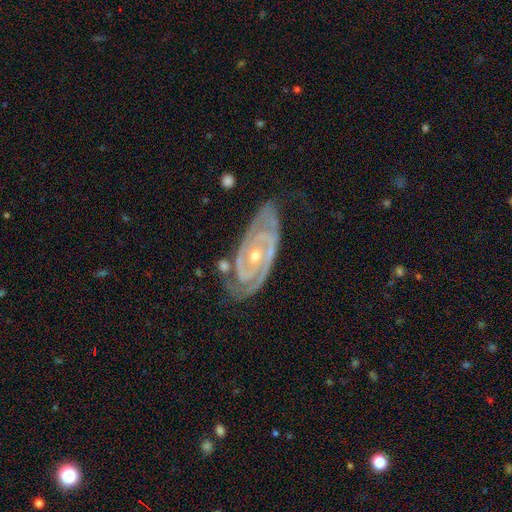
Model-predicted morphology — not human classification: This appears to be a featured or disk galaxy (91%) with no bar (66%), 2 (75%) tight (78%) spiral arms (98%) and a small central bulge (58%). Merging: none (69%).